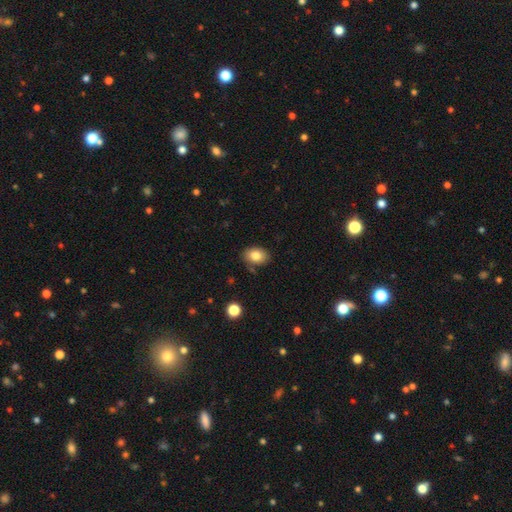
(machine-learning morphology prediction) smooth-or-featured: smooth: 81% | featured or disk: 10% | star or artifact: 9%
  how-rounded: in between: 74% | round: 25% | cigar-shaped: 1%
  merging: none: 83% | minor disturbance: 12% | major disturbance: 2% | merger: 2%